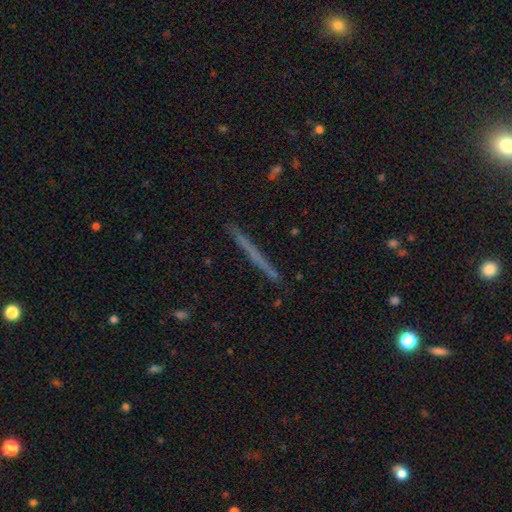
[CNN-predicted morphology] The model was most divided on "smooth or featured": featured or disk: 48%, smooth: 41%, star or artifact: 11%. More confident: merging — none (90%).